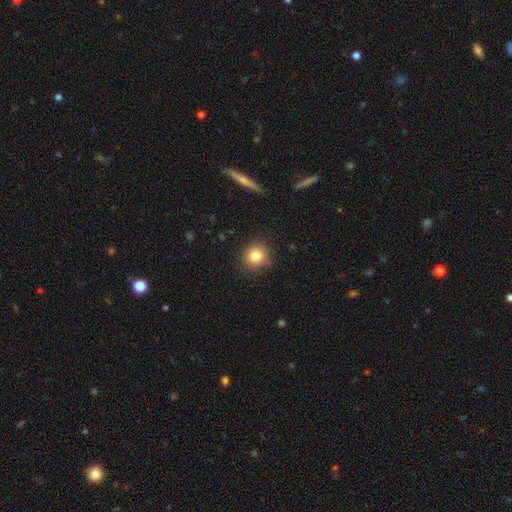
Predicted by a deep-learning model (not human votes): The model was most divided on "smooth or featured": smooth: 81%, star or artifact: 11%, featured or disk: 8%. More confident: how rounded — round (90%); merging — none (87%).